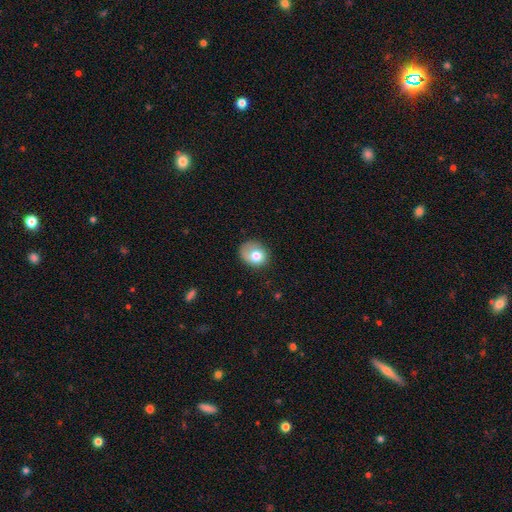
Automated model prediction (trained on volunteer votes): smooth 75%, featured or disk 16%, star or artifact 9%. Down the decision tree: how rounded — round (59%); merging — none (54%).